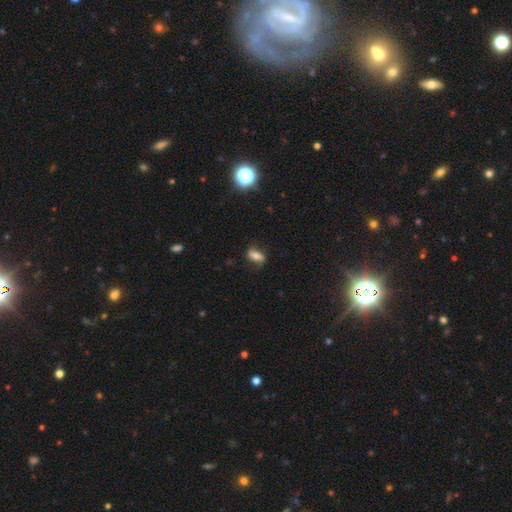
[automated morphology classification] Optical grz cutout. It shows a smooth galaxy with no disk features (59%) that is in between round and cigar-shaped (80%). Merging: none (71%).